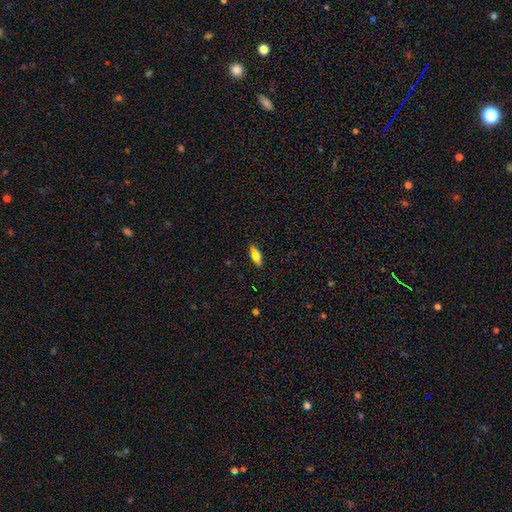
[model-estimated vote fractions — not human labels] Q: Smooth or featured?
A: smooth (59%); runner-up: featured or disk (20%)
Q: How rounded?
A: in between (75%); runner-up: cigar-shaped (20%)
Q: Merging?
A: none (80%); runner-up: minor disturbance (14%)